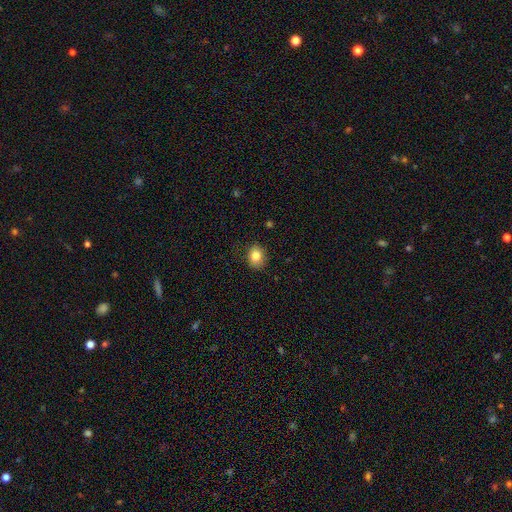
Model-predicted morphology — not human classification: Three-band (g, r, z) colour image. It shows a smooth galaxy with no disk features (83%) that is round (52%). Merging: none (82%).